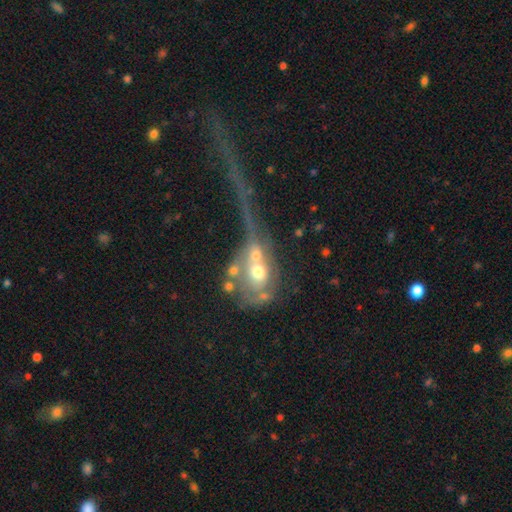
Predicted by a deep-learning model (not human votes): smooth-or-featured: smooth: 43% | featured or disk: 42% | star or artifact: 14%
  merging: merger: 51% | major disturbance: 27% | none: 14% | minor disturbance: 8%